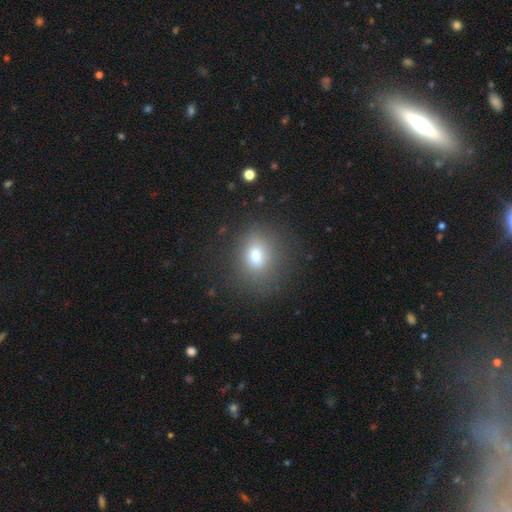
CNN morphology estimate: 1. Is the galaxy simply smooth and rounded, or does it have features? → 75% smooth, 14% star or artifact, 11% featured or disk.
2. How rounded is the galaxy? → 58% round, 41% in between, 1% cigar-shaped.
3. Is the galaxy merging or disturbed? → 79% none, 13% minor disturbance, 6% major disturbance, 2% merger.